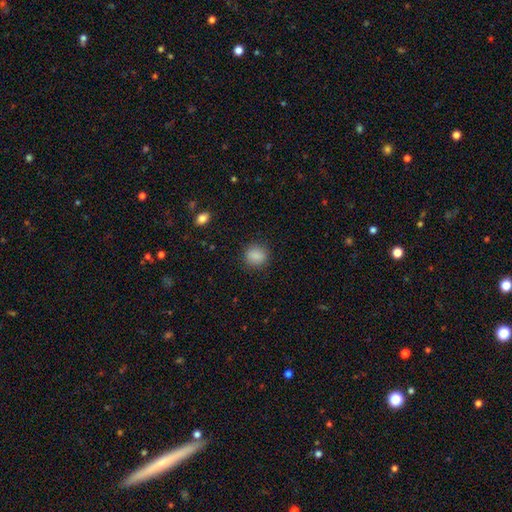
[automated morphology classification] Smooth or featured: smooth — 87% (star or artifact — 9%)
How rounded: round — 78% (in between — 21%)
Merging: none — 87% (minor disturbance — 9%)